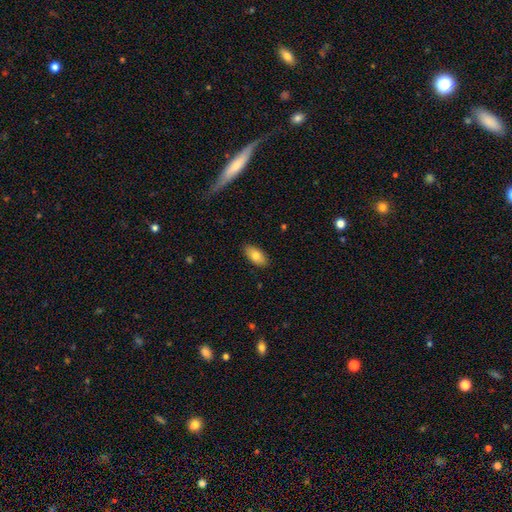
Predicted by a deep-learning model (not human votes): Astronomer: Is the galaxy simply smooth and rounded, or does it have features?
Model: smooth — 79%.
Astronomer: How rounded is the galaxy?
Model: in between — 92%.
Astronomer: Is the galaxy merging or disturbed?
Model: none — 88%.